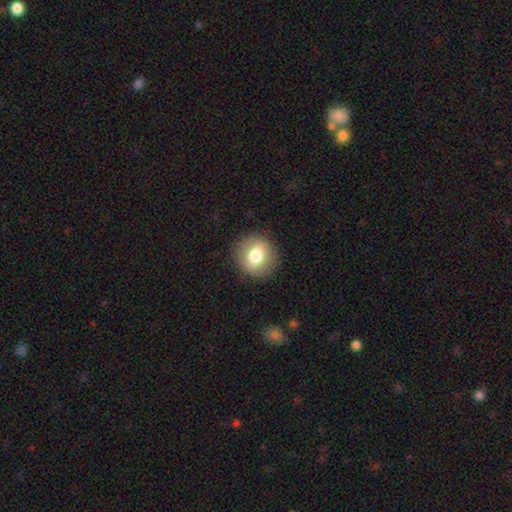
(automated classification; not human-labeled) Smooth or featured: smooth — 74% (featured or disk — 17%)
How rounded: round — 87% (in between — 12%)
Merging: none — 89% (minor disturbance — 7%)